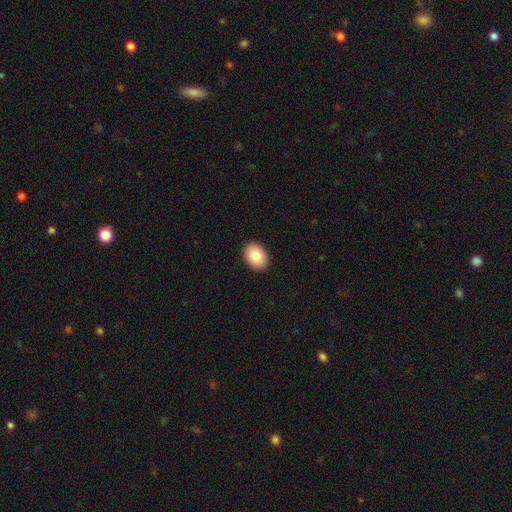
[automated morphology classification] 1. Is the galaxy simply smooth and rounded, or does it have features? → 84% smooth, 9% featured or disk, 7% star or artifact.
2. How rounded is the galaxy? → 75% in between, 24% round, 1% cigar-shaped.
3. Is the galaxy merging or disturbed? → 91% none, 6% minor disturbance, 2% major disturbance, 1% merger.